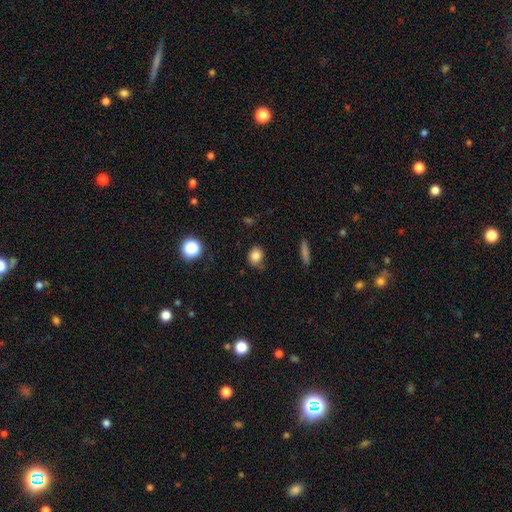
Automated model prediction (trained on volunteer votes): smooth-or-featured: smooth: 83% | star or artifact: 11% | featured or disk: 6%
  how-rounded: round: 66% | in between: 32% | cigar-shaped: 1%
  merging: none: 70% | minor disturbance: 22% | major disturbance: 6% | merger: 2%